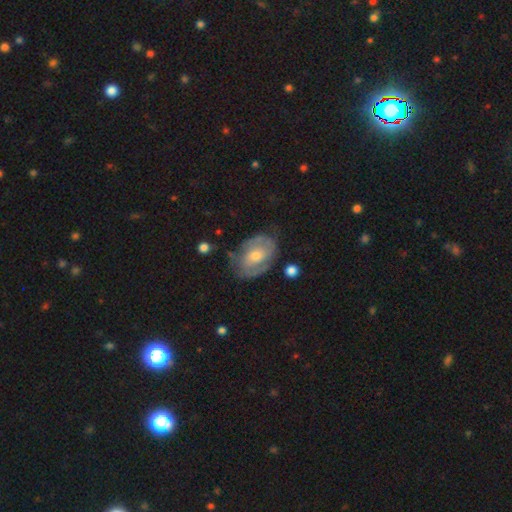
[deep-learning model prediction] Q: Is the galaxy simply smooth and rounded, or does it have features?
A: featured or disk — 64%.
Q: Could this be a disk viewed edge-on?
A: no — 95%.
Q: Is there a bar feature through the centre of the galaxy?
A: no — 60%.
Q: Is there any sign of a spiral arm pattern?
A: yes — 71%.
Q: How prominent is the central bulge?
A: moderate — 58%.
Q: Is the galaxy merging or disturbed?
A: none — 65%.